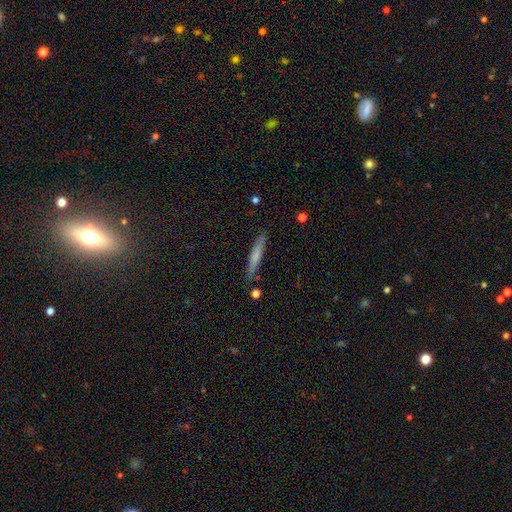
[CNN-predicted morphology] Smooth or featured: smooth — 67% (featured or disk — 27%)
How rounded: cigar-shaped — 94% (in between — 5%)
Merging: none — 85% (minor disturbance — 11%)